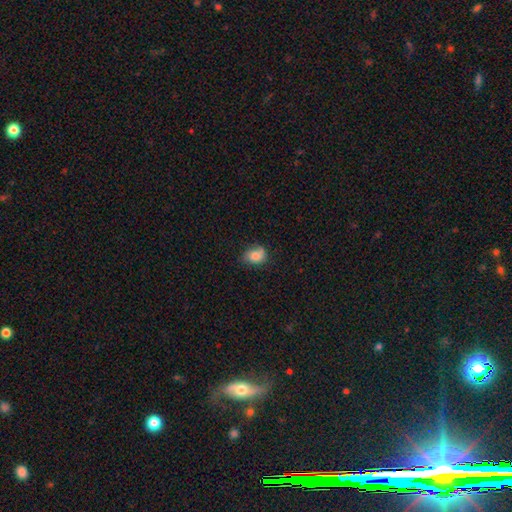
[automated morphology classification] smooth_or_featured: smooth (p=0.75) [alt: featured or disk p=0.15]
how_rounded: in between (p=0.65) [alt: round p=0.34]
merging: none (p=0.55) [alt: minor disturbance p=0.30]